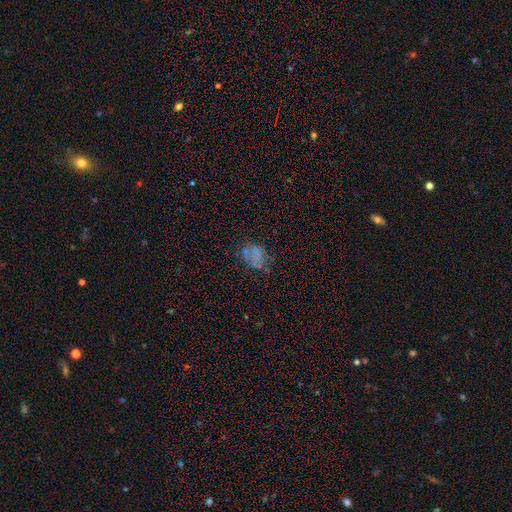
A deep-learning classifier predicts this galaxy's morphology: Smooth or featured? smooth (58%)
How rounded? in between (52%)
Merging? none (56%)